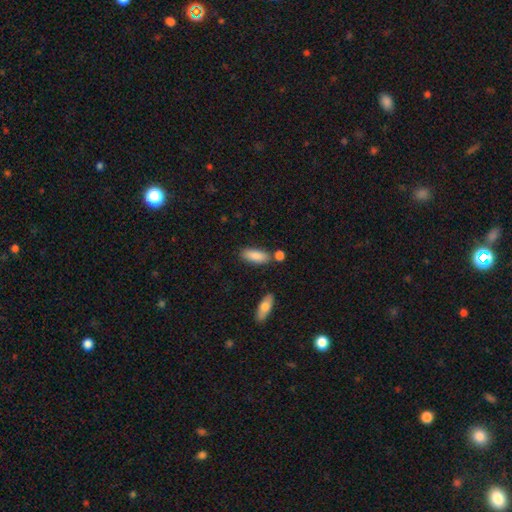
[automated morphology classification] Q: Smooth or featured?
A: smooth (87%); runner-up: featured or disk (7%)
Q: How rounded?
A: in between (76%); runner-up: cigar-shaped (22%)
Q: Merging?
A: none (71%); runner-up: minor disturbance (14%)